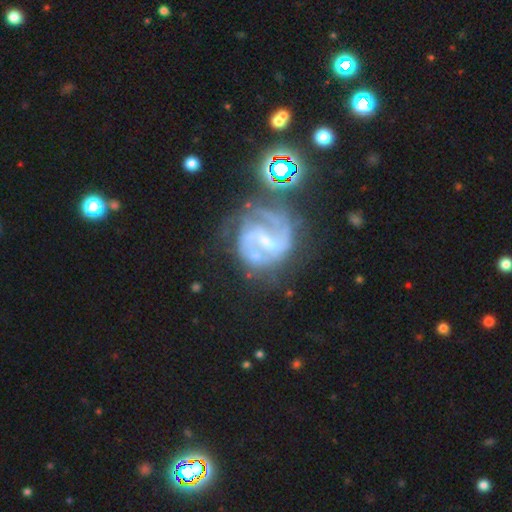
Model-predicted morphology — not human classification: A featured or disk galaxy (82%) with a weak bar (49%), 2 (60%) medium (48%) spiral arms (89%) and a small central bulge (51%). Merging: none (44%).